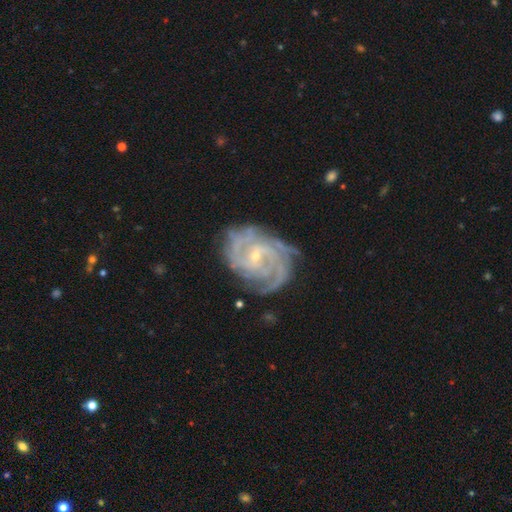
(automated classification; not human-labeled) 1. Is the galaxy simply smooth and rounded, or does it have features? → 90% featured or disk, 5% star or artifact, 4% smooth.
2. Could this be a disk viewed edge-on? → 98% no, 2% yes.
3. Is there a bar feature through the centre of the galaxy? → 52% no, 37% weak, 11% strong.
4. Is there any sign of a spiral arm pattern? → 98% yes, 2% no.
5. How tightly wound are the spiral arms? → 63% tight, 31% medium, 5% loose.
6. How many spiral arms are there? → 24% 3, 21% can't tell, 20% 4, 19% 2, 8% more than 4, 7% 1.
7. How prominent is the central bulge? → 79% small, 18% moderate, 2% none, 1% large, 1% dominant.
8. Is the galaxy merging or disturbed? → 69% none, 21% minor disturbance, 9% major disturbance, 2% merger.